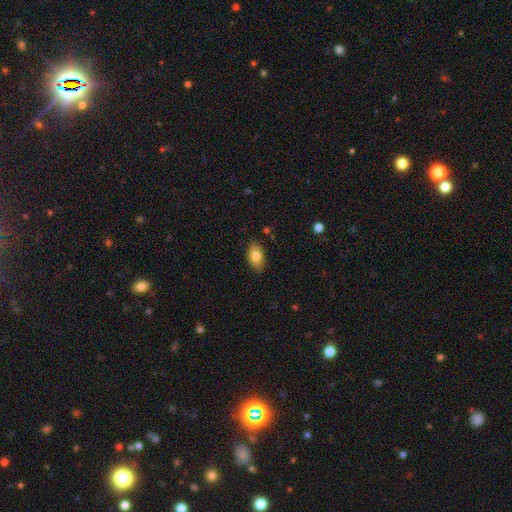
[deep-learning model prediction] smooth 81%, featured or disk 12%, star or artifact 7%. Down the decision tree: how rounded — in between (91%); merging — none (85%).